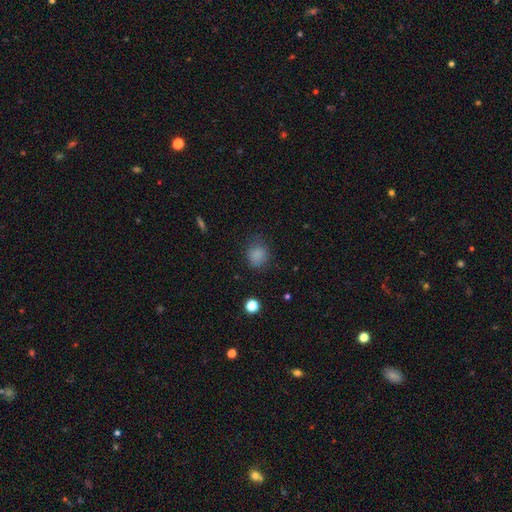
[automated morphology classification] smooth-or-featured: smooth: 82% | star or artifact: 13% | featured or disk: 5%
  how-rounded: round: 70% | in between: 29% | cigar-shaped: 1%
  merging: none: 73% | minor disturbance: 19% | major disturbance: 7% | merger: 1%